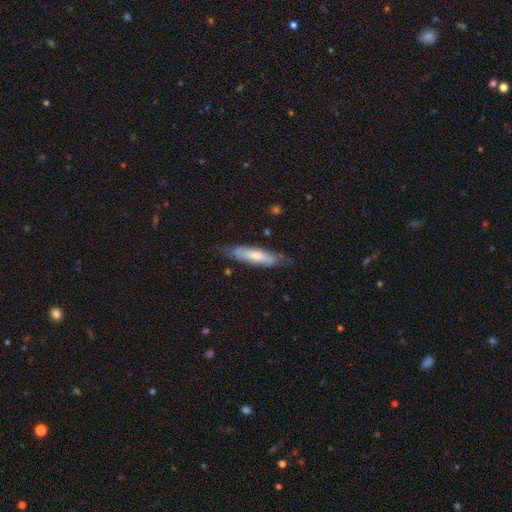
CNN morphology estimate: Smooth or featured? smooth (61%)
How rounded? cigar-shaped (68%)
Merging? none (70%)